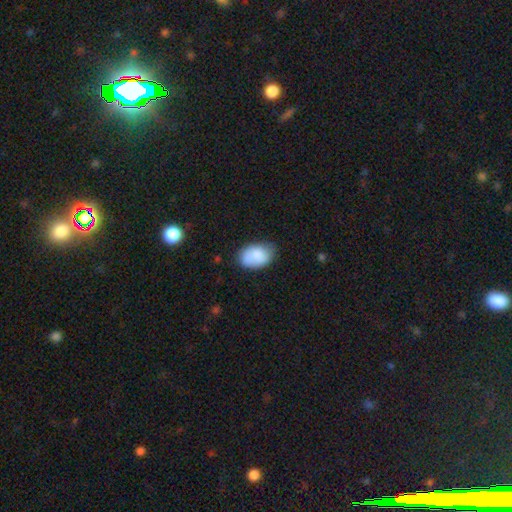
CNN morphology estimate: smooth 82%, featured or disk 11%, star or artifact 7%. Down the decision tree: how rounded — in between (86%); merging — none (66%).